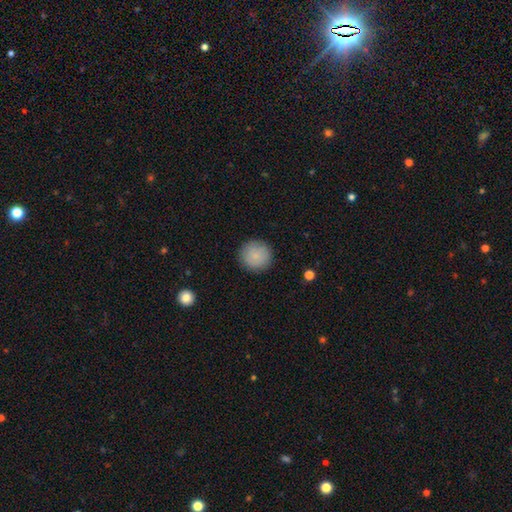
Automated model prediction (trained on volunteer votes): A smooth galaxy with no disk features (87%) that is round (95%). Merging: none (91%).